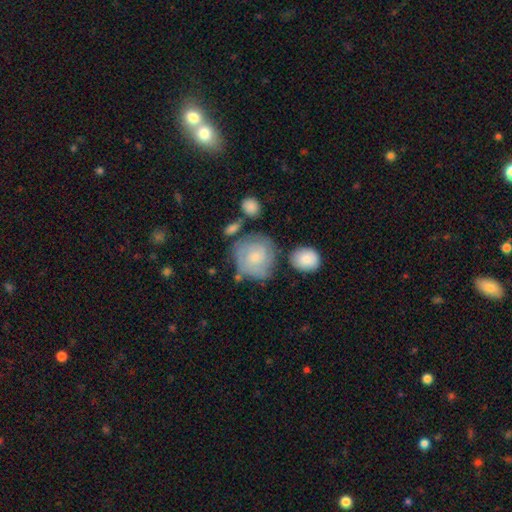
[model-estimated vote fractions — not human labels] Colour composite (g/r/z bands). It shows a featured or disk galaxy (63%) with no bar (69%), 2 (36%) tight (67%) spiral arms (88%) and a small central bulge (52%). Merging: none (62%).